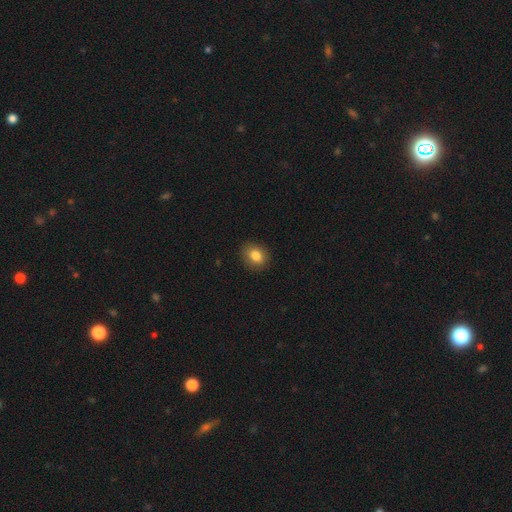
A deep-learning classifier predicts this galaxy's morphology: Smooth or featured? Predicted: smooth (p=0.83). How rounded? Predicted: round (p=0.50). Merging? Predicted: none (p=0.88).